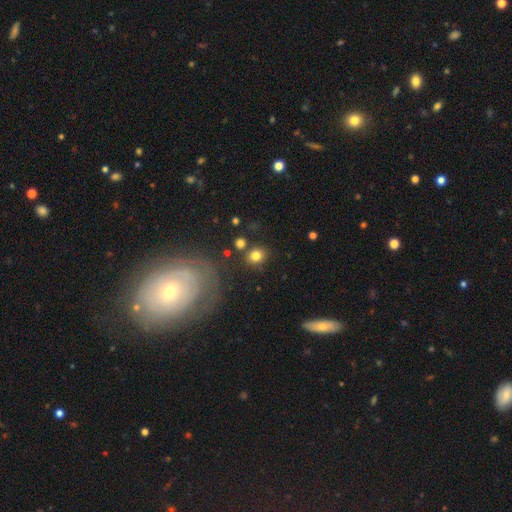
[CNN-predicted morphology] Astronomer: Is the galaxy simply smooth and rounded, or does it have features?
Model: smooth — 80%.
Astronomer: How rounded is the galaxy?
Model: round — 75%.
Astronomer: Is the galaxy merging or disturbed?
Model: none — 79%.